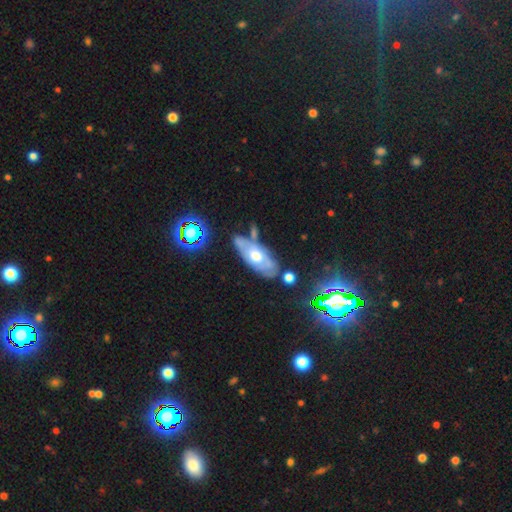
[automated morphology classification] Smooth or featured: featured or disk — 57% (smooth — 30%)
Edge-on disk: no — 75% (yes — 25%)
Merging: none — 64% (minor disturbance — 20%)